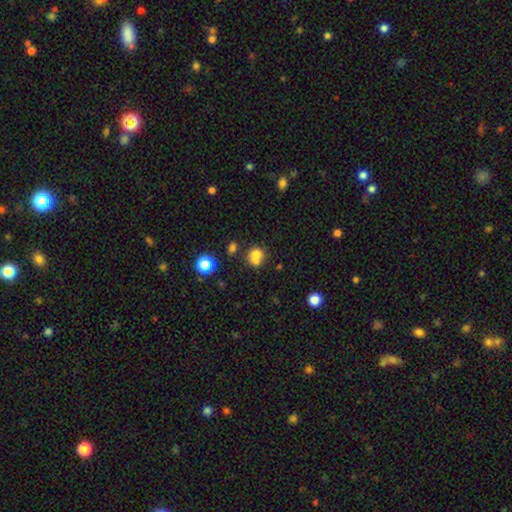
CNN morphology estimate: Smooth or featured: smooth — 72% (featured or disk — 14%)
How rounded: round — 69% (in between — 30%)
Merging: merger — 47% (none — 35%)